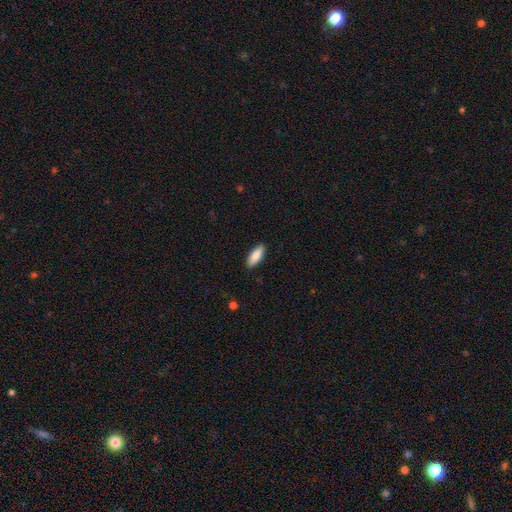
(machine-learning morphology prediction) A smooth galaxy with no disk features (86%) that is in between round and cigar-shaped (70%). Merging: none (89%).